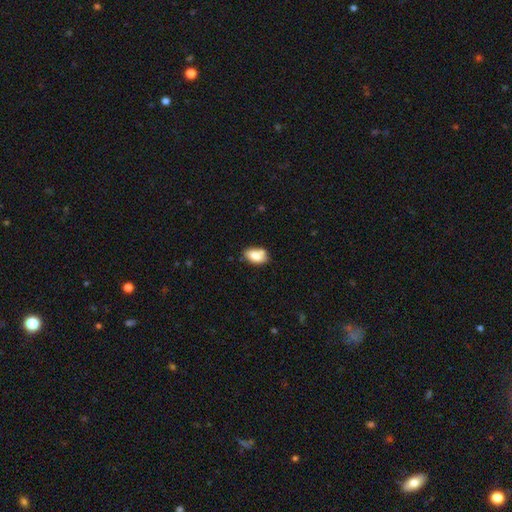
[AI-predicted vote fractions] A smooth galaxy with no disk features (78%) that is in between round and cigar-shaped (90%). Merging: none (60%).